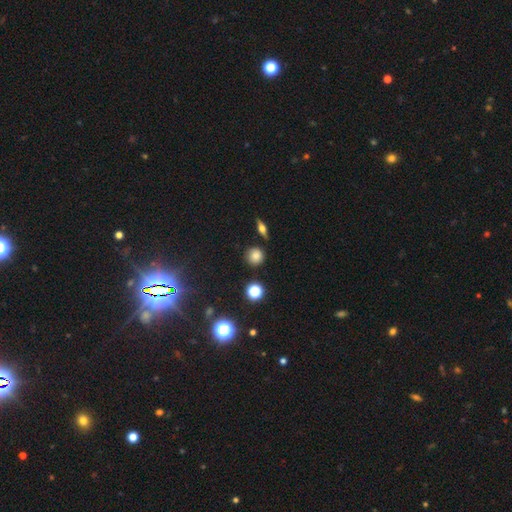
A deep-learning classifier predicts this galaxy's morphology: Smooth or featured? Predicted: smooth (p=0.76). How rounded? Predicted: round (p=0.92). Merging? Predicted: none (p=0.85).